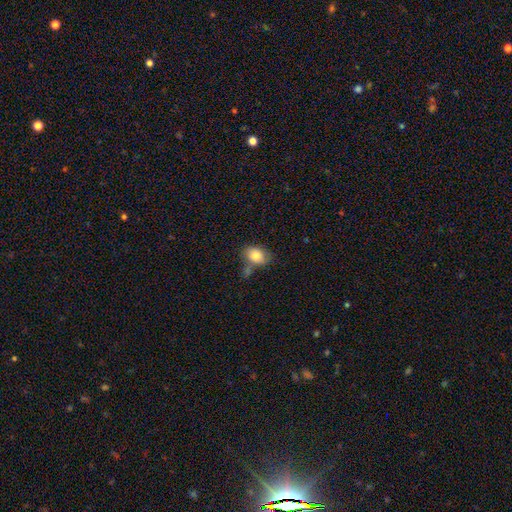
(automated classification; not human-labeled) smooth 82%, featured or disk 10%, star or artifact 8%. Down the decision tree: how rounded — in between (79%); merging — none (52%).